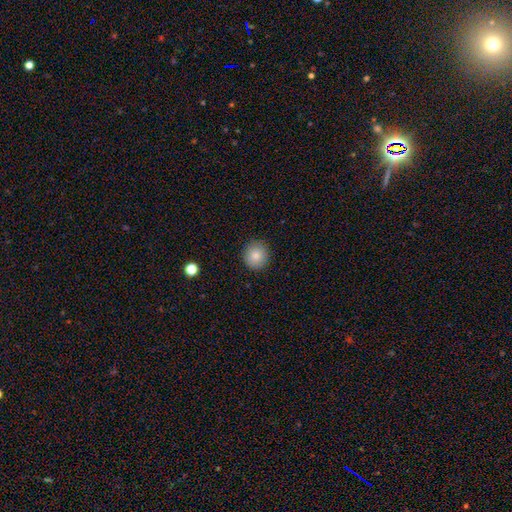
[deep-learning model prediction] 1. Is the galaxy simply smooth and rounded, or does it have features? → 85% smooth, 9% star or artifact, 6% featured or disk.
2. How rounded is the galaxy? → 91% round, 8% in between, 1% cigar-shaped.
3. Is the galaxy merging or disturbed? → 90% none, 7% minor disturbance, 2% major disturbance, 1% merger.